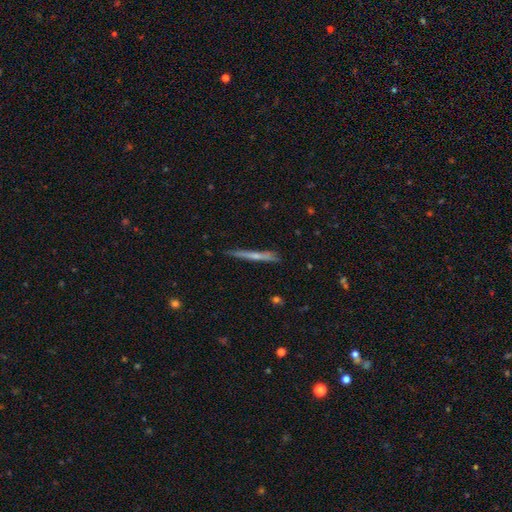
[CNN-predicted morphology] A featured or disk galaxy (49%).

Vote fractions:
- Smooth or featured? featured or disk: 49% / smooth: 44% / star or artifact: 7%
- Merging? none: 81% / minor disturbance: 15% / major disturbance: 2% / merger: 2%